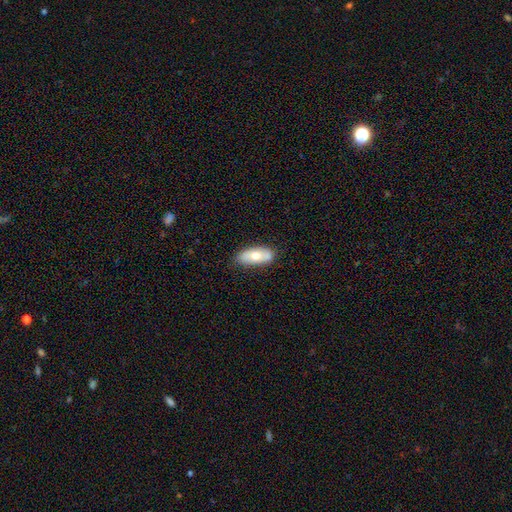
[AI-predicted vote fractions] This appears to be a smooth galaxy with no disk features (67%) that is in between round and cigar-shaped (80%). Merging: none (78%).